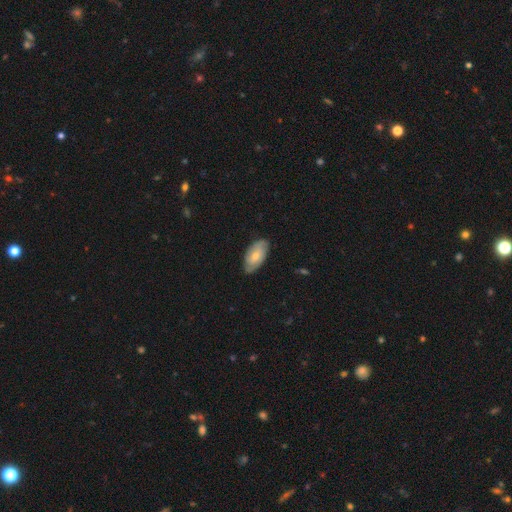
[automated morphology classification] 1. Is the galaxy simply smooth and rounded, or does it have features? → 53% smooth, 41% featured or disk, 6% star or artifact.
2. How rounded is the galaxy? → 92% in between, 4% cigar-shaped, 3% round.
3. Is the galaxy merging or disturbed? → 76% none, 20% minor disturbance, 3% major disturbance, 1% merger.